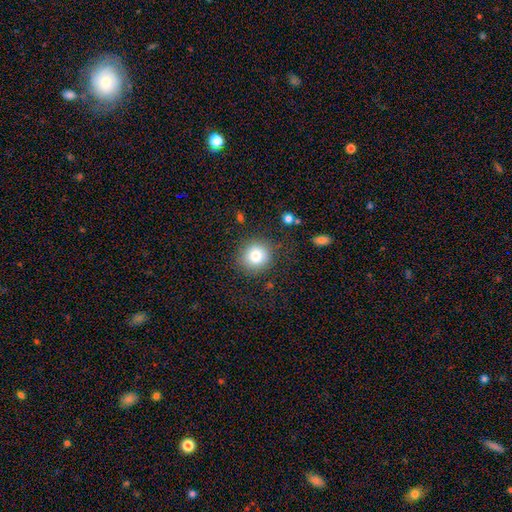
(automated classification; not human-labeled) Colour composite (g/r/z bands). It shows a smooth galaxy with no disk features (80%) that is round (90%). Merging: none (83%).